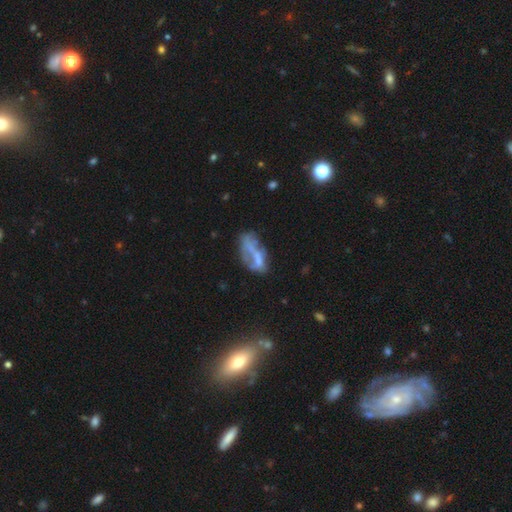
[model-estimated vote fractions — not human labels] featured or disk 50%, smooth 37%, star or artifact 13%. Down the decision tree: merging — none (33%).